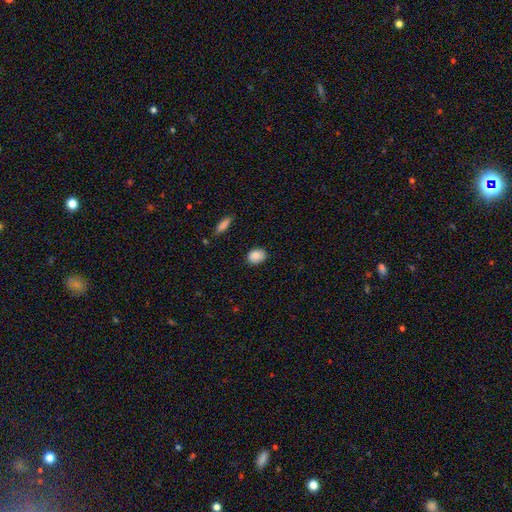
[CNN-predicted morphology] Smooth or featured?
  - smooth: 85% *
  - star or artifact: 8%
  - featured or disk: 7%
How rounded?
  - in between: 58% *
  - round: 41%
  - cigar-shaped: 1%
Merging?
  - none: 85% *
  - minor disturbance: 12%
  - major disturbance: 2%
  - merger: 2%